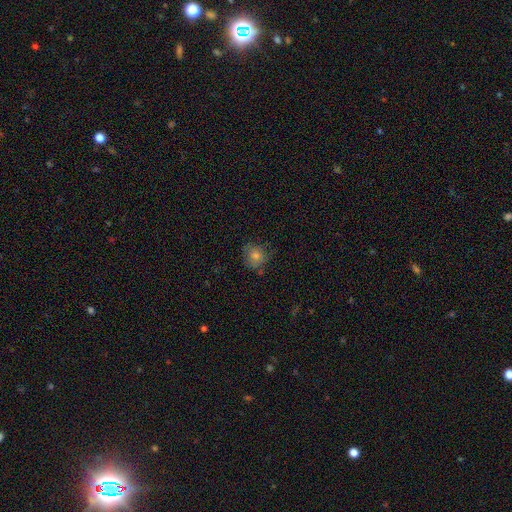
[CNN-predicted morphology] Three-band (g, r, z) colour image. It shows a smooth galaxy with no disk features (73%) that is round (85%). Merging: none (74%).